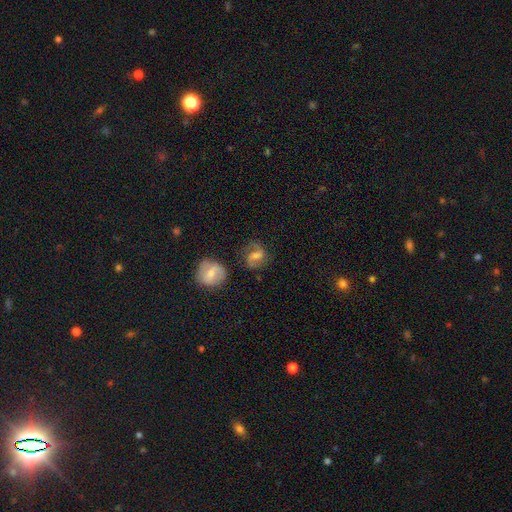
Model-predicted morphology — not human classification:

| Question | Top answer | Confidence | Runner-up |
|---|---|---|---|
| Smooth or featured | featured or disk | 76% | smooth (16%) |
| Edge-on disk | no | 98% | yes (2%) |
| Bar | weak | 54% | no (23%) |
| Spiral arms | yes | 95% | no (5%) |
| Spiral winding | medium | 47% | loose (42%) |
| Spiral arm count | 2 | 91% | can't tell (3%) |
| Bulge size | moderate | 37% | small (31%) |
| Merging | none | 72% | minor disturbance (16%) |